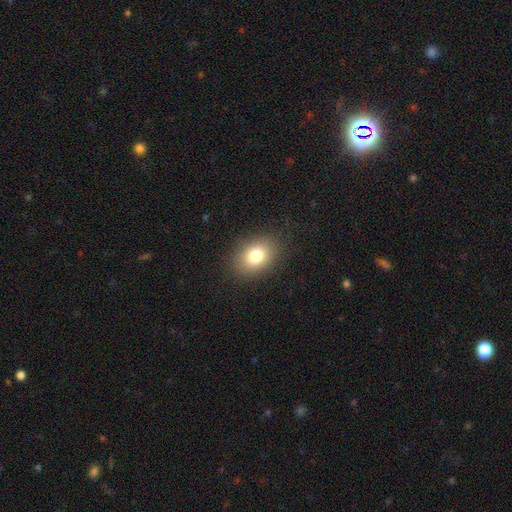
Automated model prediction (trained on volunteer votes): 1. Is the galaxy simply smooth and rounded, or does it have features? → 80% smooth, 10% star or artifact, 10% featured or disk.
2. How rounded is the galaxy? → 74% in between, 25% round, 1% cigar-shaped.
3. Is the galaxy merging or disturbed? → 87% none, 9% minor disturbance, 3% major disturbance, 1% merger.